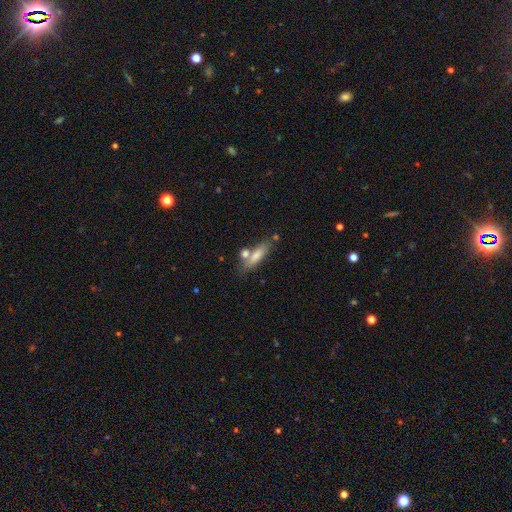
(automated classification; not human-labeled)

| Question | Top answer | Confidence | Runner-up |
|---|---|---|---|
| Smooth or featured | smooth | 70% | featured or disk (22%) |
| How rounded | cigar-shaped | 60% | in between (37%) |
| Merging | none | 62% | merger (19%) |